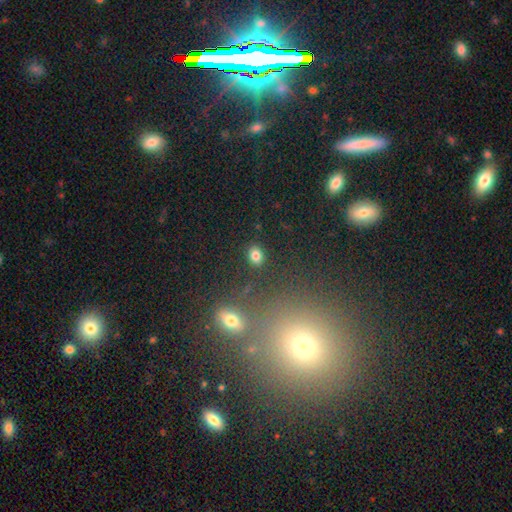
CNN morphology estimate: smooth-or-featured: smooth: 80% | star or artifact: 13% | featured or disk: 6%
  how-rounded: in between: 53% | round: 46% | cigar-shaped: 1%
  merging: none: 87% | minor disturbance: 8% | major disturbance: 3% | merger: 3%